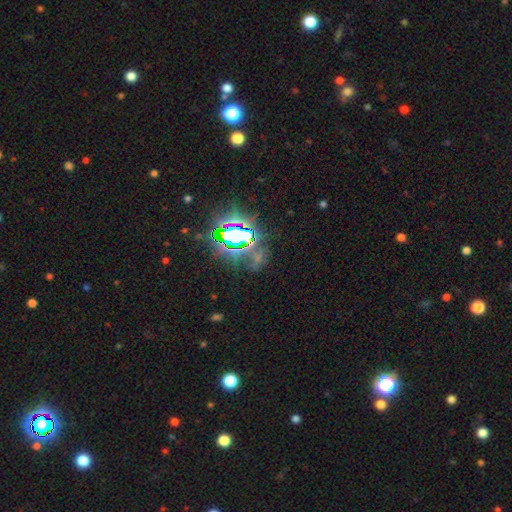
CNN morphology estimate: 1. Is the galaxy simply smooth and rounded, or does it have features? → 71% star or artifact, 17% smooth, 12% featured or disk.